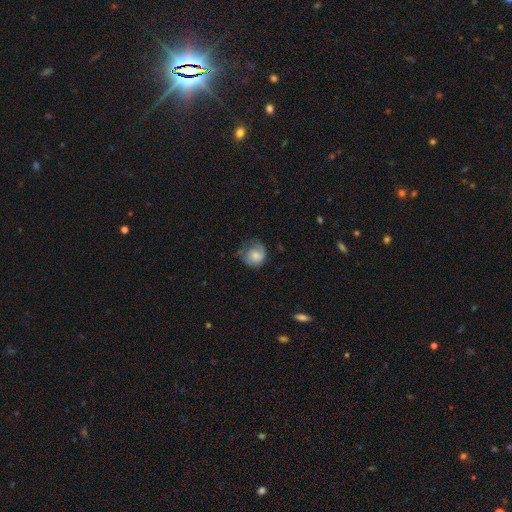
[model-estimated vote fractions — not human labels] smooth-or-featured: smooth: 65% | featured or disk: 28% | star or artifact: 8%
  how-rounded: round: 80% | in between: 19% | cigar-shaped: 1%
  merging: none: 51% | minor disturbance: 30% | major disturbance: 17% | merger: 2%